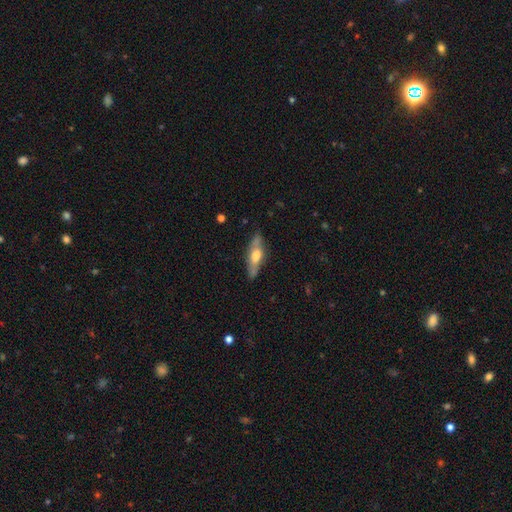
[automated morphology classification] This is possibly a featured or disk galaxy (52%). It is likely viewed edge-on (78%). Merging: likely none (80%).